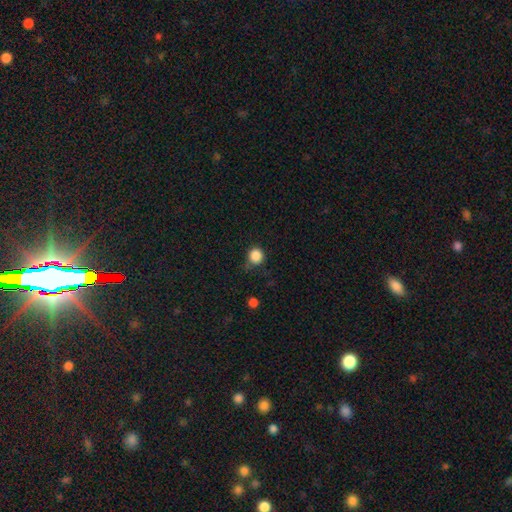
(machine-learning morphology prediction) The model was most divided on "merging": none: 74%, minor disturbance: 19%, major disturbance: 5%, merger: 2%. More confident: how rounded — round (92%); smooth or featured — smooth (86%).